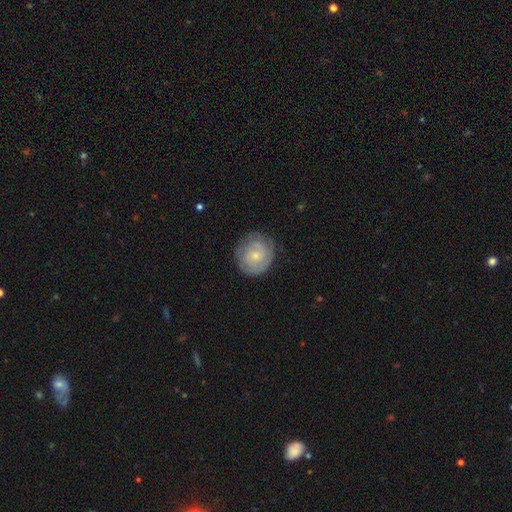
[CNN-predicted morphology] This is likely a featured or disk galaxy (61%). It is clearly not viewed edge-on (98%). Bar: likely no (79%). Spiral arm pattern: clearly yes (85%). Spiral arm count: marginally can't tell (39%). Spiral winding: likely tight (72%). Central bulge: likely small (70%). Merging: likely none (77%).